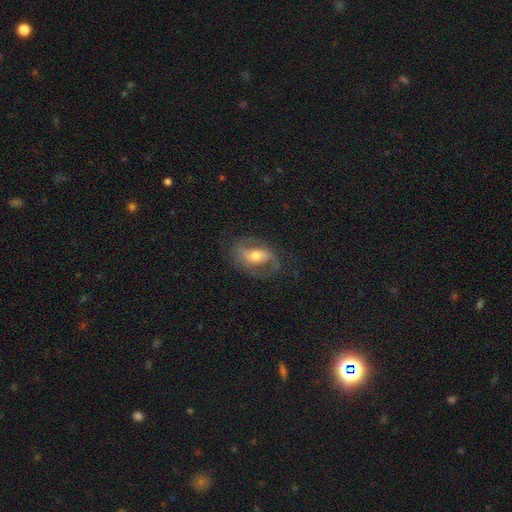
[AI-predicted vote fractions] smooth-or-featured: featured or disk: 78% | smooth: 16% | star or artifact: 6%
  disk-edge-on: no: 95% | yes: 5%
    bar: weak: 38% | strong: 34% | no: 28%
    has-spiral-arms: yes: 88% | no: 12%
      spiral-winding: medium: 47% | loose: 32% | tight: 21%
      spiral-arm-count: 2: 82% | can't tell: 7% | 1: 6% | 3: 2% | 4: 1% | more than 4: 1%
    bulge-size: moderate: 64% | small: 27% | large: 6% | none: 1% | dominant: 1%
  merging: none: 67% | minor disturbance: 18% | major disturbance: 14% | merger: 1%